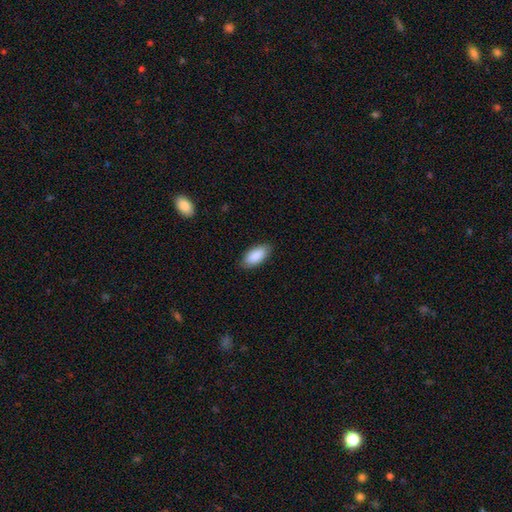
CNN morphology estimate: Smooth or featured: smooth — 90% (star or artifact — 5%)
How rounded: in between — 92% (cigar-shaped — 7%)
Merging: none — 87% (minor disturbance — 10%)